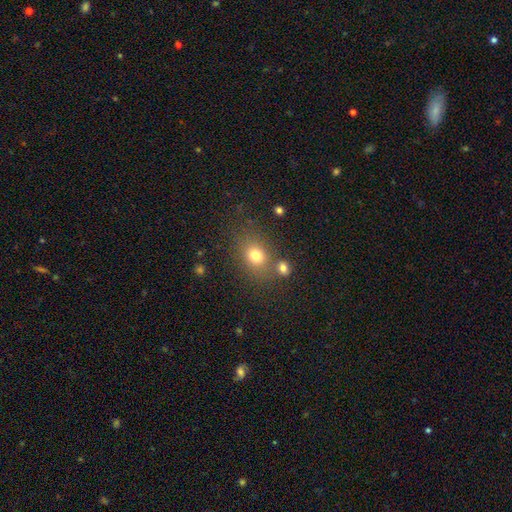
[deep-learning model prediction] Smooth or featured? smooth (75%)
How rounded? round (50%)
Merging? none (68%)